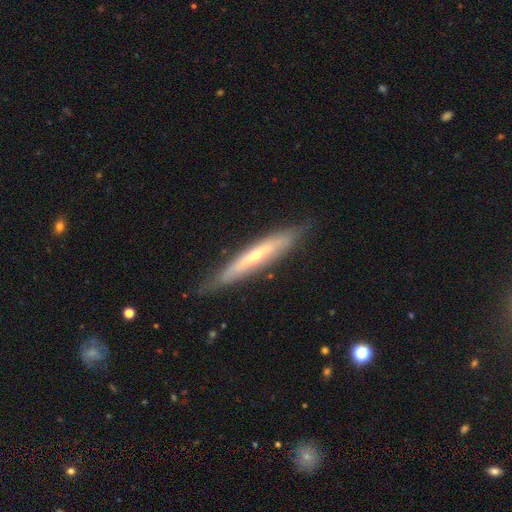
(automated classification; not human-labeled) A featured or disk galaxy (64%) viewed edge-on (79%) with a rounded central bulge (67%).

Vote fractions:
- Smooth or featured? featured or disk: 64% / smooth: 30% / star or artifact: 6%
- Edge-on disk? yes: 79% / no: 21%
- Edge-on bulge? rounded: 67% / none: 29% / boxy: 4%
- Merging? none: 80% / minor disturbance: 15% / major disturbance: 3% / merger: 1%